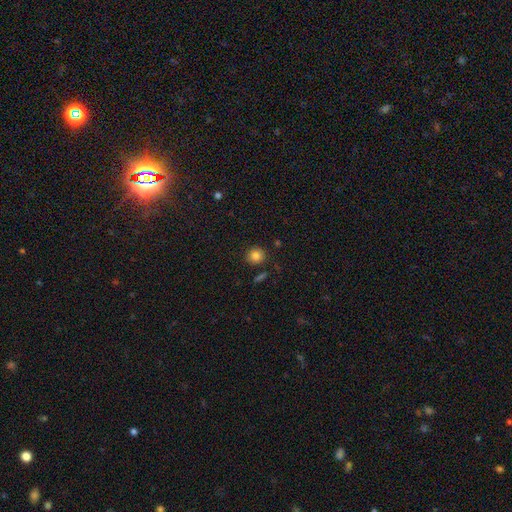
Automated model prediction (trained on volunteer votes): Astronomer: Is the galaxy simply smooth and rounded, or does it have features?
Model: smooth — 83%.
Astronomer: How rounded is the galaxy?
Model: round — 90%.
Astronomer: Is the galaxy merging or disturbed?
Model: none — 86%.